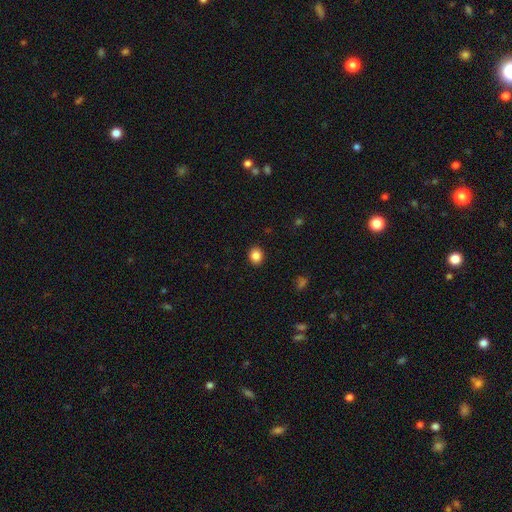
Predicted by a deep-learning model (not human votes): smooth_or_featured: smooth (p=0.86) [alt: star or artifact p=0.10]
how_rounded: round (p=0.71) [alt: in between p=0.29]
merging: none (p=0.91) [alt: minor disturbance p=0.06]